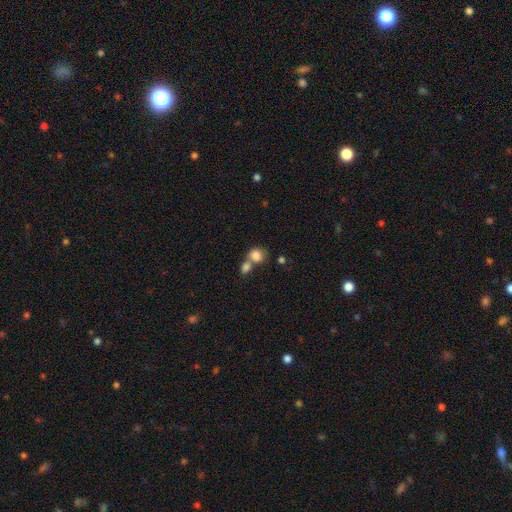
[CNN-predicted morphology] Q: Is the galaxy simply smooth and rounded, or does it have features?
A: smooth — 83%.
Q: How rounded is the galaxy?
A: round — 66%.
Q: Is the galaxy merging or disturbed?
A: merger — 53%.